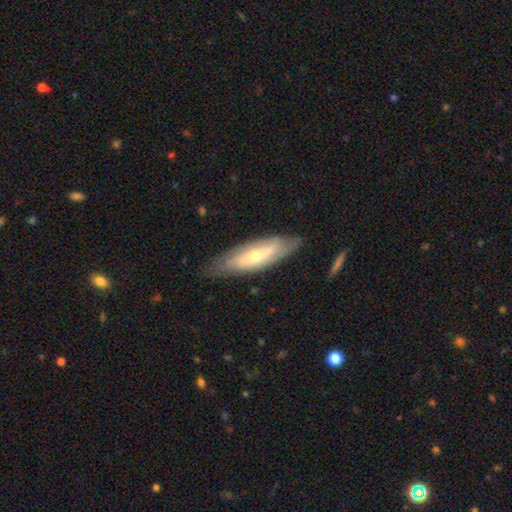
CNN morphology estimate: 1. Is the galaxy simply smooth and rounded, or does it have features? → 54% featured or disk, 41% smooth, 6% star or artifact.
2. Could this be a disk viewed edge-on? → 63% no, 37% yes.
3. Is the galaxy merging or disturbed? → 75% none, 19% minor disturbance, 5% major disturbance, 2% merger.